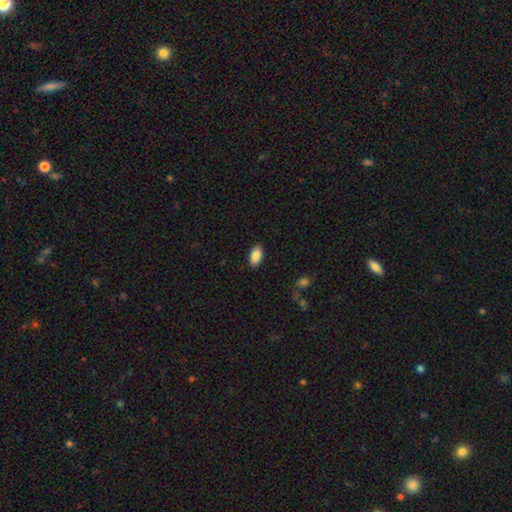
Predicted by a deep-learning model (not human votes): Smooth or featured: smooth — 89% (star or artifact — 7%)
How rounded: in between — 94% (round — 3%)
Merging: none — 88% (minor disturbance — 9%)